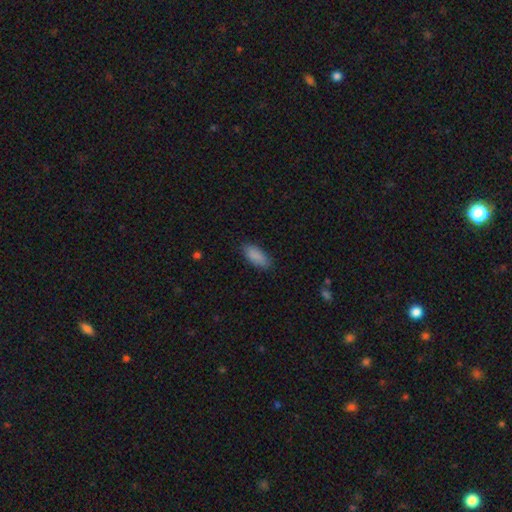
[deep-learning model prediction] Smooth or featured? Predicted: smooth (p=0.88). How rounded? Predicted: in between (p=0.84). Merging? Predicted: none (p=0.82).